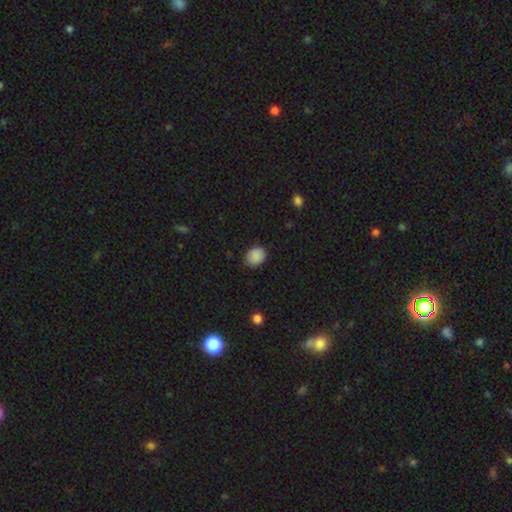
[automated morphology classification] This appears to be a smooth galaxy with no disk features (88%) that is in between round and cigar-shaped (51%). Merging: none (83%).